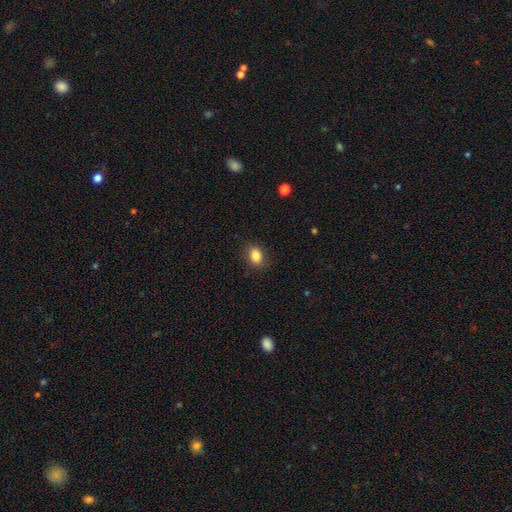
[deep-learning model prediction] A smooth galaxy with no disk features (85%) that is in between round and cigar-shaped (62%). Merging: none (86%).